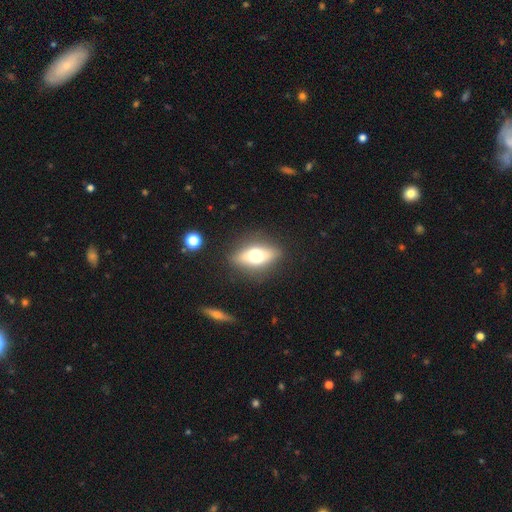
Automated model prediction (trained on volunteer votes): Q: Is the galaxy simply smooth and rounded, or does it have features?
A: smooth — 50%.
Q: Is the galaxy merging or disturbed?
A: none — 84%.